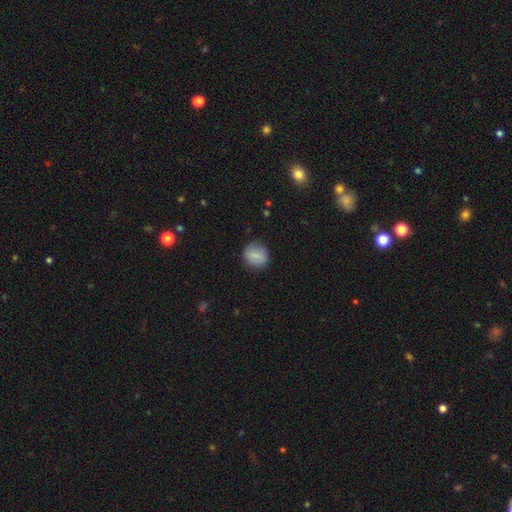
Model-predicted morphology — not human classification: smooth_or_featured: smooth (p=0.78) [alt: featured or disk p=0.15]
how_rounded: round (p=0.73) [alt: in between p=0.26]
merging: none (p=0.85) [alt: minor disturbance p=0.11]